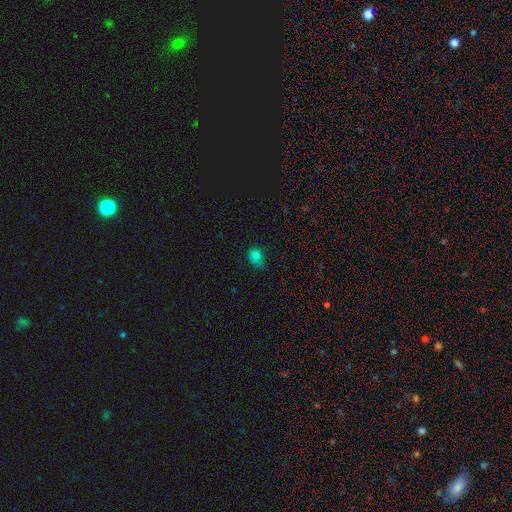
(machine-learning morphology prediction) type=smooth (77%); roundness=in between (63%); merging=none (44%).